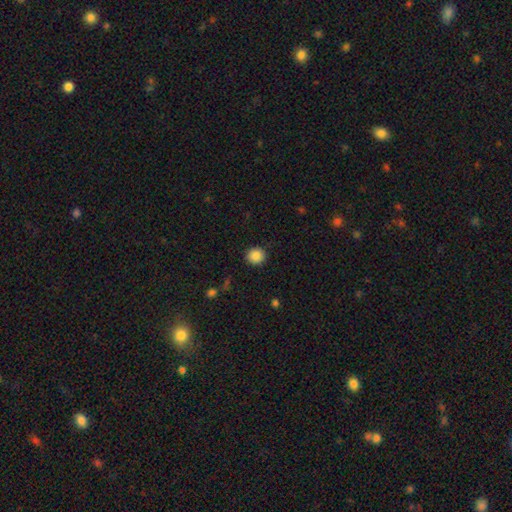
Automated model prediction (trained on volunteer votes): This appears to be a smooth galaxy with no disk features (87%) that is round (88%). Merging: none (90%).